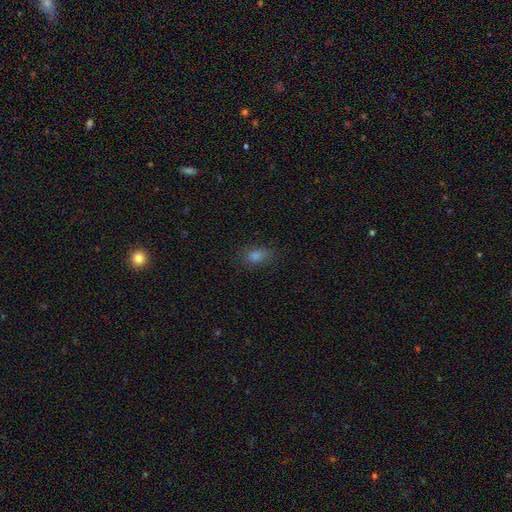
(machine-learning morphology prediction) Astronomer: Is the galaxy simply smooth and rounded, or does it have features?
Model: smooth — 73%.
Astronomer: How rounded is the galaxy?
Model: in between — 77%.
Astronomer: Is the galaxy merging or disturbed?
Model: none — 82%.